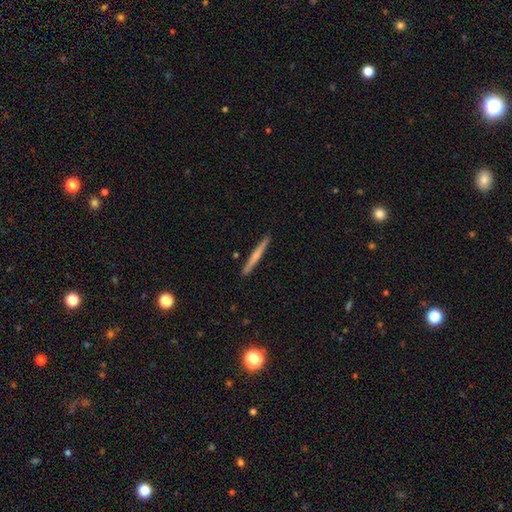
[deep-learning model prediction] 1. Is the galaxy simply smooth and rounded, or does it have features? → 56% smooth, 38% featured or disk, 5% star or artifact.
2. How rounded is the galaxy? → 97% cigar-shaped, 2% in between, 1% round.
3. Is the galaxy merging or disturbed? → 91% none, 6% minor disturbance, 1% merger, 1% major disturbance.